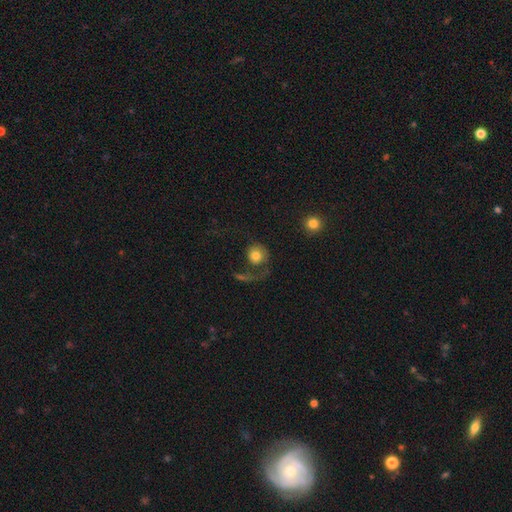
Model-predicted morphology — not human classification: smooth 68%, featured or disk 24%, star or artifact 8%. Down the decision tree: how rounded — round (86%); merging — major disturbance (44%).